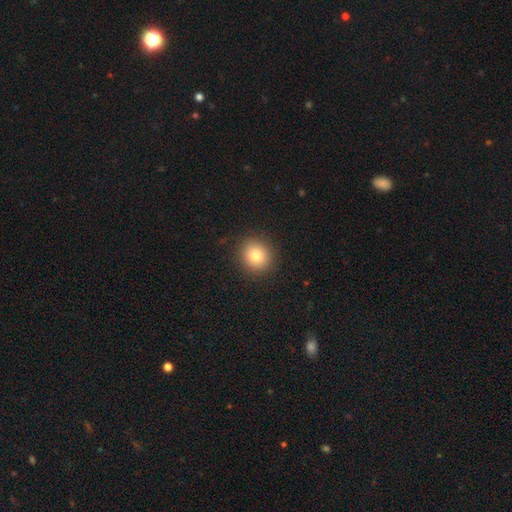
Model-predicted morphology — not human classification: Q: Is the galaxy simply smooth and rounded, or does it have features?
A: smooth — 81%.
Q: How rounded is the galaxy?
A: round — 87%.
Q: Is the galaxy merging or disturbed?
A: none — 90%.